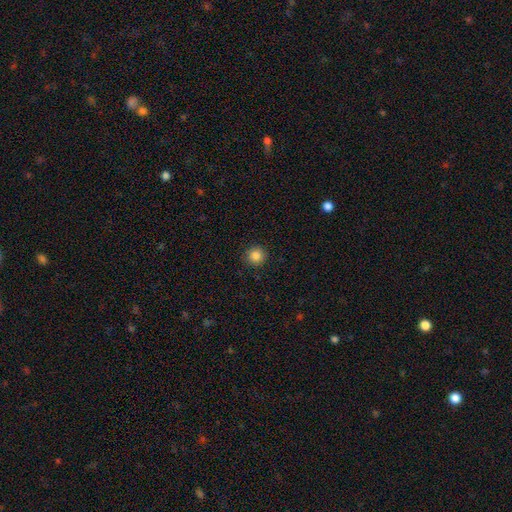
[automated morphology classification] This appears to be a smooth galaxy with no disk features (85%) that is round (94%). Merging: none (92%).